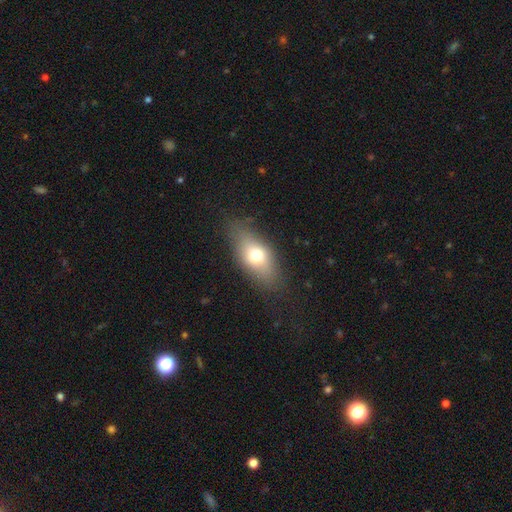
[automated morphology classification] The model was most divided on "smooth or featured": smooth: 70%, featured or disk: 21%, star or artifact: 9%. More confident: how rounded — in between (81%); merging — none (78%).